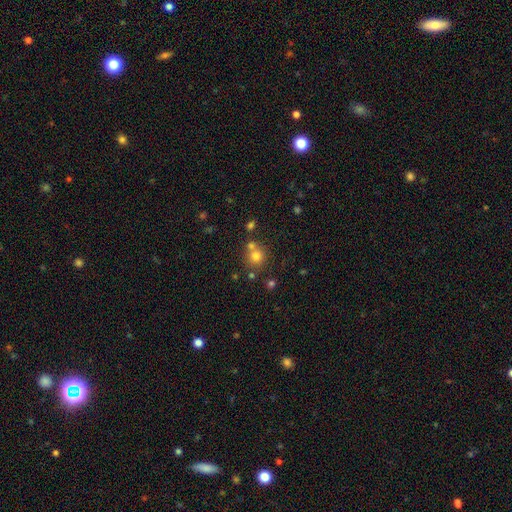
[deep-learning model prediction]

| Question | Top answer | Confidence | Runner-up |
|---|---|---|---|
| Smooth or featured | smooth | 74% | star or artifact (16%) |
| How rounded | round | 88% | in between (11%) |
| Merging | none | 60% | merger (29%) |